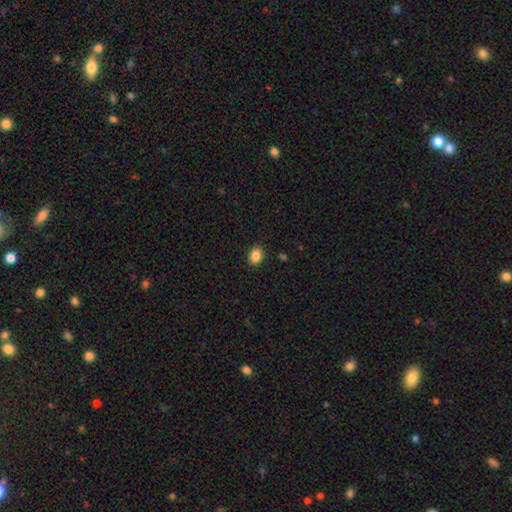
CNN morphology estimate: Smooth or featured? smooth (87%)
How rounded? round (54%)
Merging? none (90%)